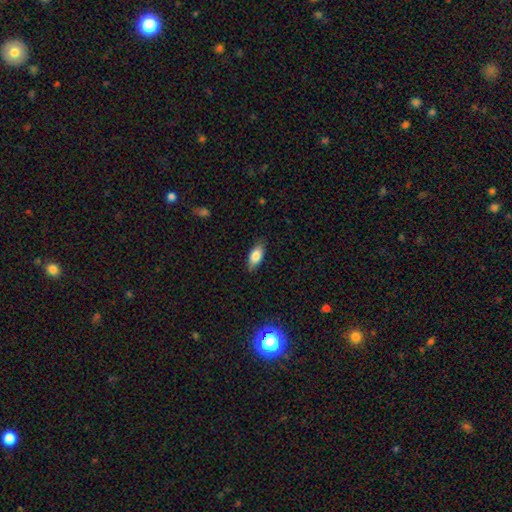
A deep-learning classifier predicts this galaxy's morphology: smooth 82%, featured or disk 11%, star or artifact 7%. Down the decision tree: how rounded — in between (86%); merging — none (84%).